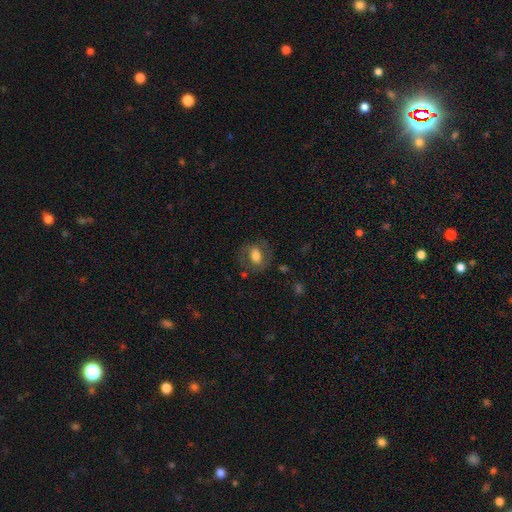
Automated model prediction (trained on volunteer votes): smooth_or_featured: smooth (p=0.56) [alt: featured or disk p=0.36]
how_rounded: in between (p=0.64) [alt: round p=0.34]
merging: none (p=0.68) [alt: minor disturbance p=0.18]